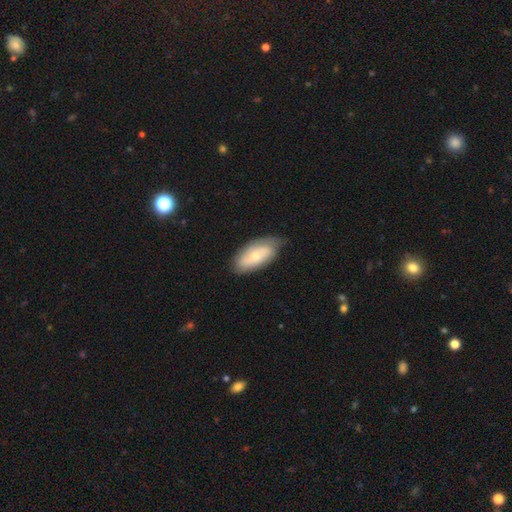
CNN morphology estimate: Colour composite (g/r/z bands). It shows a smooth galaxy with no disk features (53%) that is in between round and cigar-shaped (90%). Merging: none (69%).